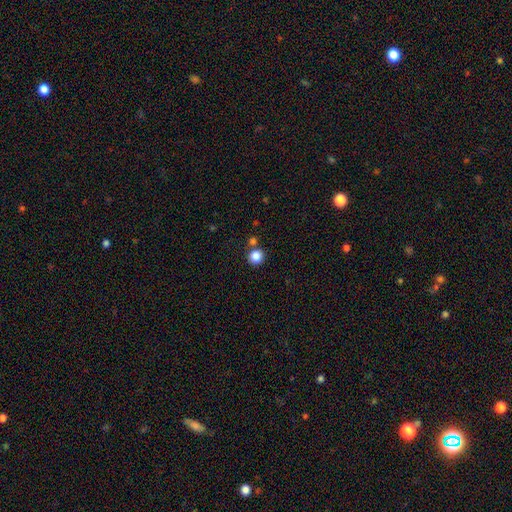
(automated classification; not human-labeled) This is clearly a smooth galaxy (85%). How rounded: clearly round (92%). Merging: likely none (77%).